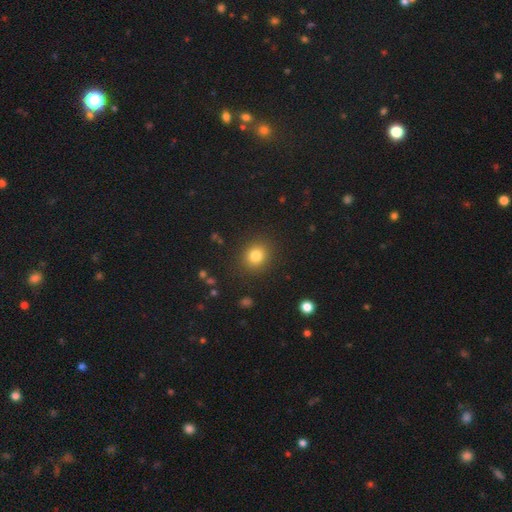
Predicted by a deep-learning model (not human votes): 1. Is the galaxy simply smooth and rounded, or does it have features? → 81% smooth, 12% star or artifact, 7% featured or disk.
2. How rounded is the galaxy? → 79% round, 20% in between, 1% cigar-shaped.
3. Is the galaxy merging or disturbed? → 89% none, 7% minor disturbance, 3% major disturbance, 1% merger.